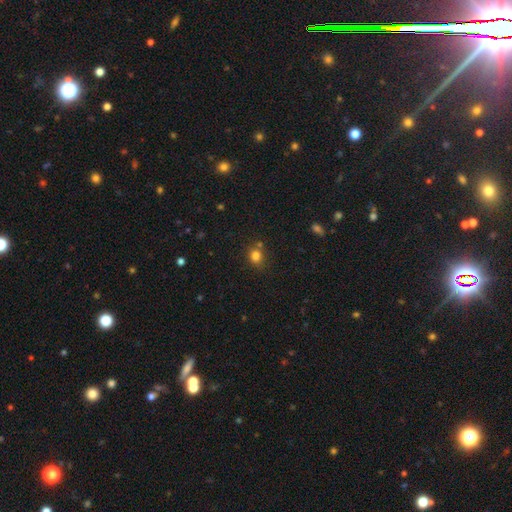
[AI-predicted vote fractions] Smooth or featured?
  - smooth: 80% *
  - star or artifact: 14%
  - featured or disk: 6%
How rounded?
  - round: 71% *
  - in between: 28%
  - cigar-shaped: 1%
Merging?
  - none: 71% *
  - minor disturbance: 13%
  - merger: 12%
  - major disturbance: 4%